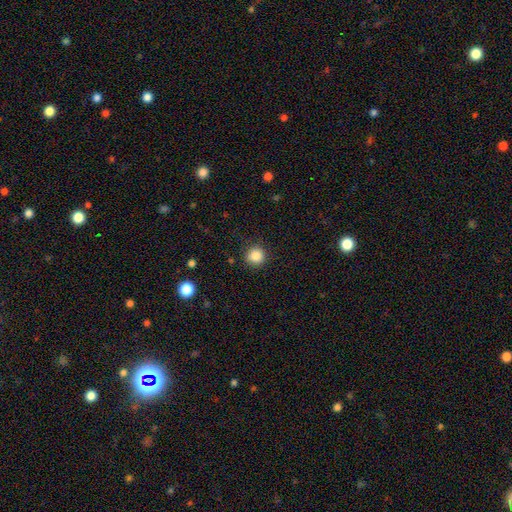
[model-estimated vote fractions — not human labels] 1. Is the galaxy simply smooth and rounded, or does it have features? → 85% smooth, 10% star or artifact, 4% featured or disk.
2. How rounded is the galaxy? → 92% round, 7% in between, 1% cigar-shaped.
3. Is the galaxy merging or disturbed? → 88% none, 8% minor disturbance, 3% major disturbance, 1% merger.